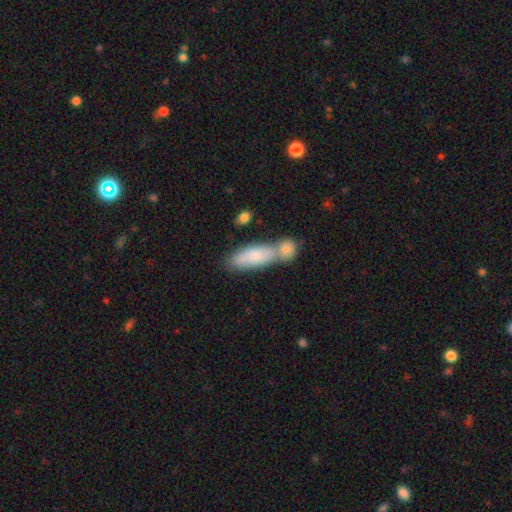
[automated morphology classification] Smooth or featured: smooth — 75% (featured or disk — 18%)
How rounded: in between — 63% (cigar-shaped — 35%)
Merging: merger — 49% (none — 35%)